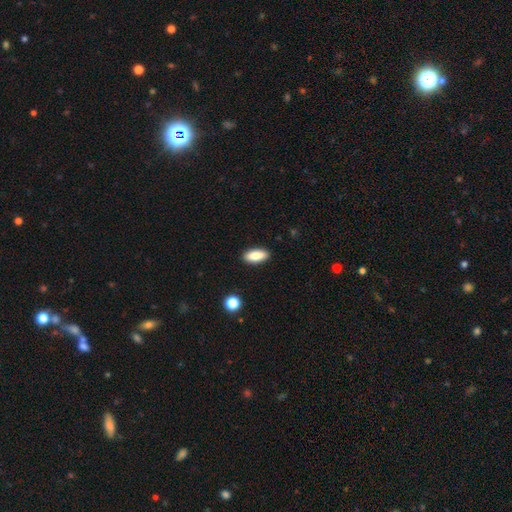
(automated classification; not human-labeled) Smooth or featured? smooth (84%)
How rounded? in between (83%)
Merging? none (89%)